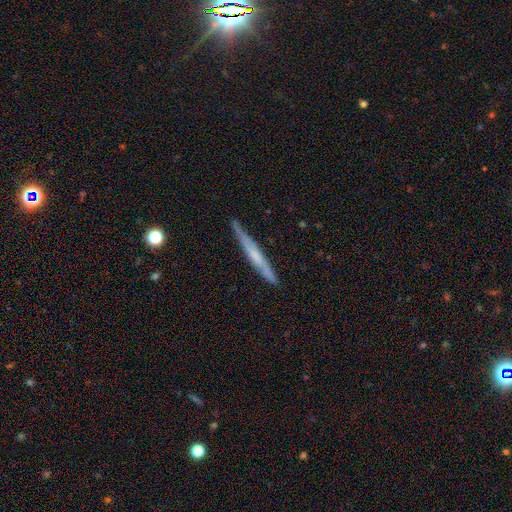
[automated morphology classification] Smooth or featured: featured or disk — 57% (smooth — 37%)
Edge-on disk: yes — 96% (no — 4%)
Edge-on bulge: none — 53% (rounded — 34%)
Merging: none — 85% (minor disturbance — 12%)